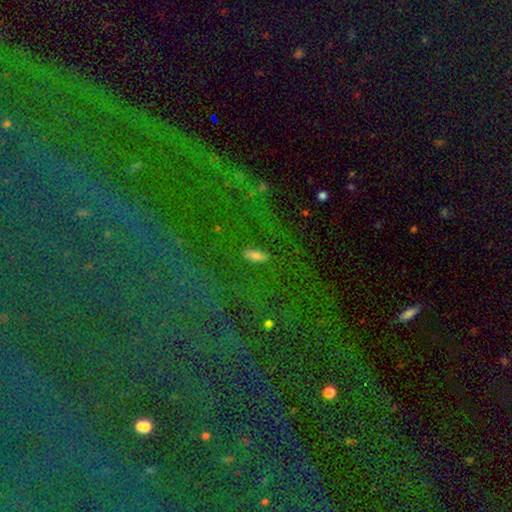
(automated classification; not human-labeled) Smooth or featured?
  - smooth: 70% *
  - star or artifact: 18%
  - featured or disk: 13%
How rounded?
  - in between: 70% *
  - cigar-shaped: 24%
  - round: 6%
Merging?
  - none: 84% *
  - minor disturbance: 10%
  - major disturbance: 4%
  - merger: 2%